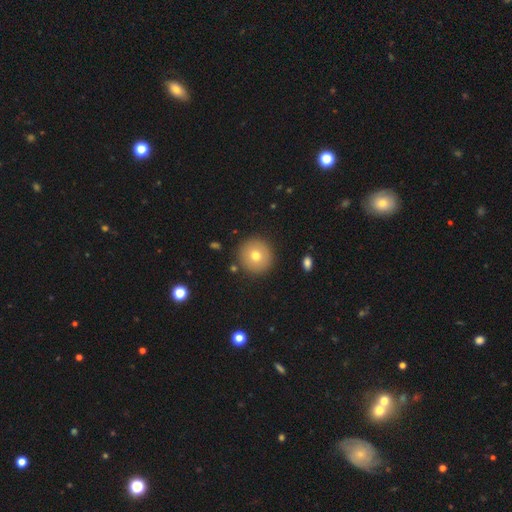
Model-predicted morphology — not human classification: This appears to be a smooth galaxy with no disk features (71%) that is round (95%). Merging: none (90%).